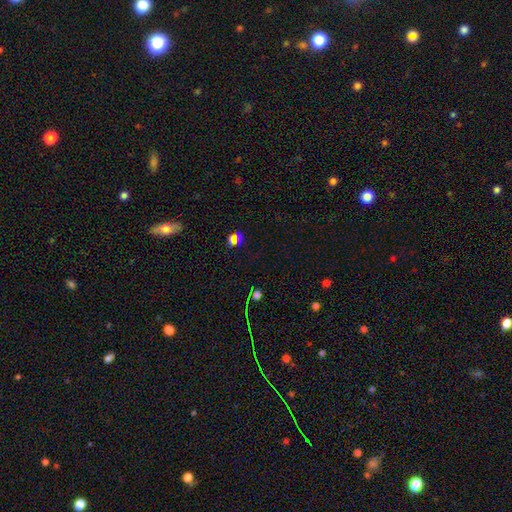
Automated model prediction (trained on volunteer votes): This appears to be a star or artifact, not a galaxy (61%).